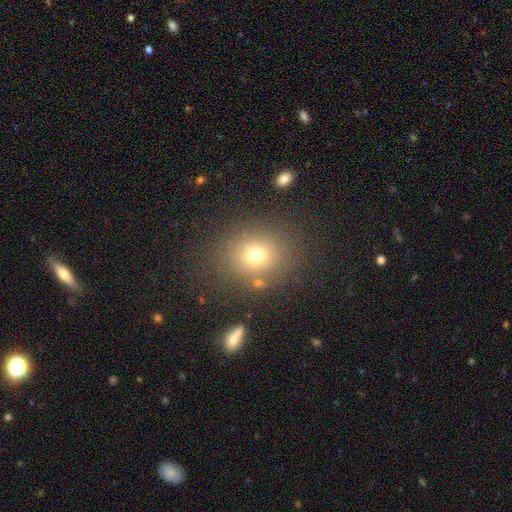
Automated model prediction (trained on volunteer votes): This is likely a smooth galaxy (70%). How rounded: likely round (72%). Merging: likely none (79%).